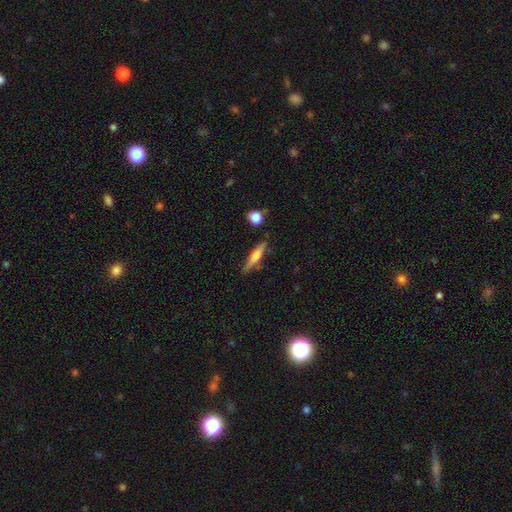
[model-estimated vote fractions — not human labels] Overall: smooth (51%; featured or disk 42%). How rounded: cigar-shaped (82%). Merging: none (79%).